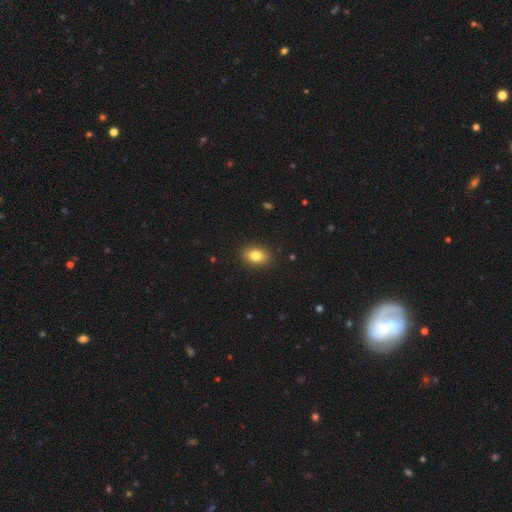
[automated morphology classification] smooth-or-featured: smooth: 83% | star or artifact: 10% | featured or disk: 7%
  how-rounded: in between: 72% | round: 27% | cigar-shaped: 1%
  merging: none: 90% | minor disturbance: 7% | major disturbance: 2% | merger: 1%